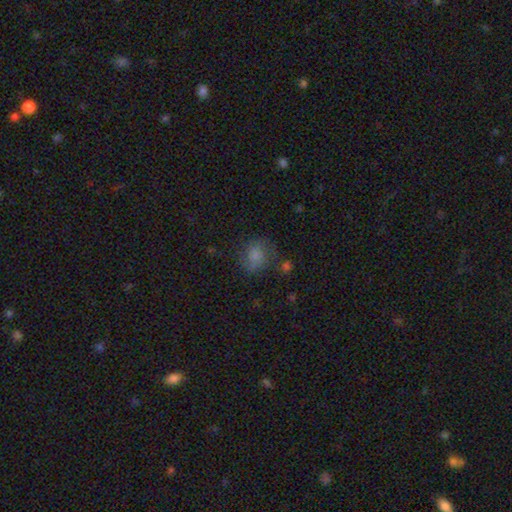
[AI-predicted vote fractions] This appears to be a smooth galaxy with no disk features (71%) that is round (65%). Merging: none (59%).